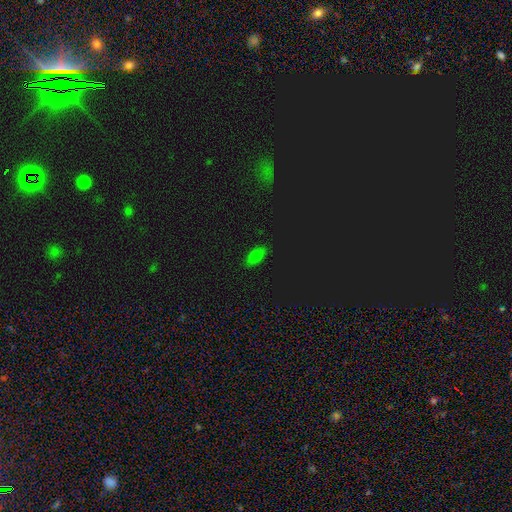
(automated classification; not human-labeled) Q: Smooth or featured?
A: smooth (71%); runner-up: star or artifact (18%)
Q: How rounded?
A: in between (86%); runner-up: cigar-shaped (7%)
Q: Merging?
A: none (86%); runner-up: minor disturbance (10%)